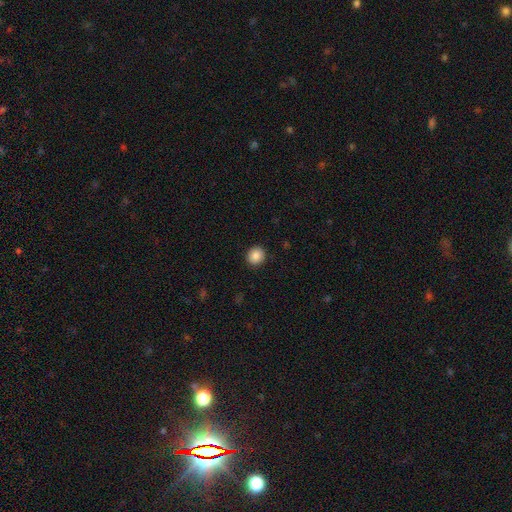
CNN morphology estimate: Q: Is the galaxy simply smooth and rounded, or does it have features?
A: smooth — 87%.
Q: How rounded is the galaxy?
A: round — 86%.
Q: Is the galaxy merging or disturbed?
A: none — 91%.